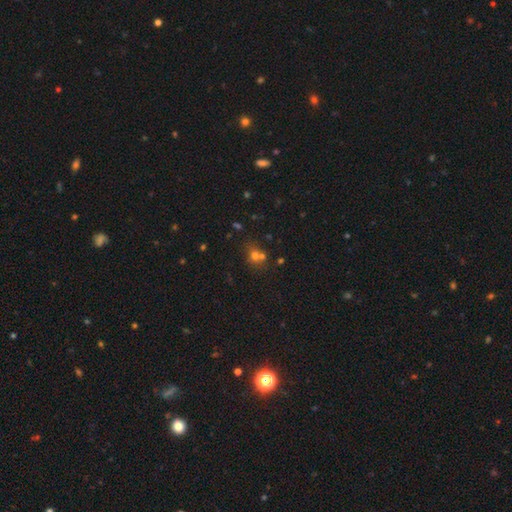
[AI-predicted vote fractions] smooth 61%, star or artifact 25%, featured or disk 15%. Down the decision tree: how rounded — round (73%); merging — none (46%).